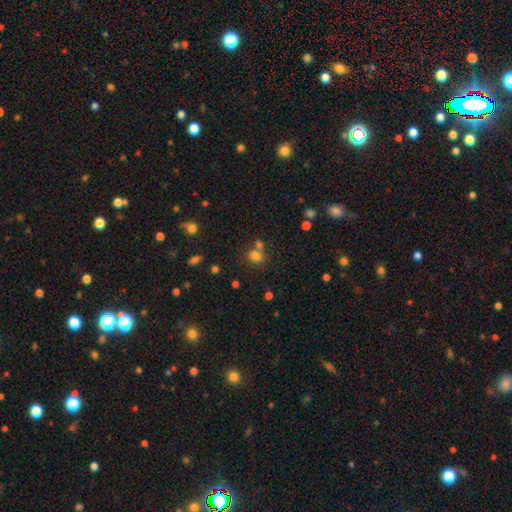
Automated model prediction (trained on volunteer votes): Smooth or featured? Predicted: smooth (p=0.75). How rounded? Predicted: round (p=0.67). Merging? Predicted: none (p=0.54).